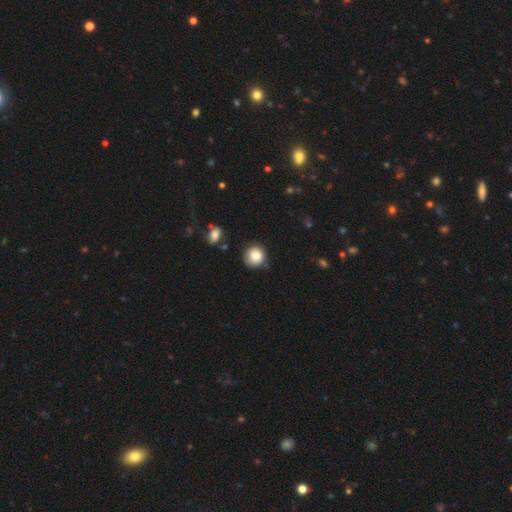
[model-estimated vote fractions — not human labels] The model was most divided on "merging": none: 79%, minor disturbance: 15%, major disturbance: 3%, merger: 2%. More confident: how rounded — round (88%); smooth or featured — smooth (83%).